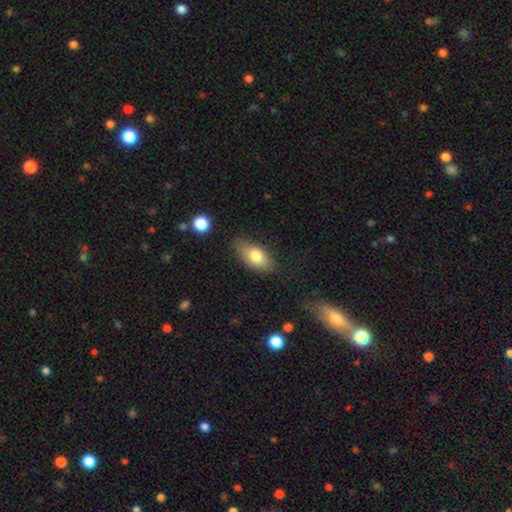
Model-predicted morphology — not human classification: Smooth or featured? smooth (76%)
How rounded? in between (88%)
Merging? none (69%)